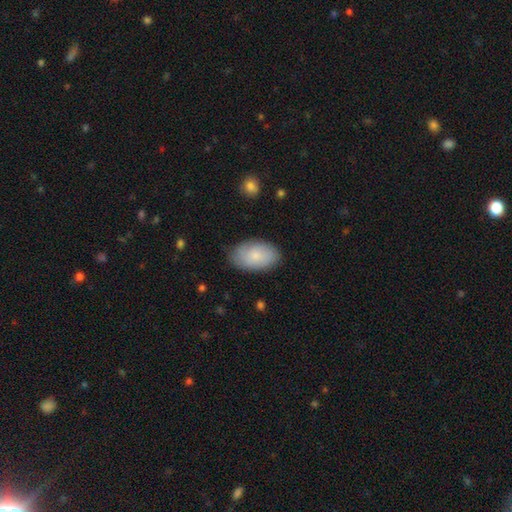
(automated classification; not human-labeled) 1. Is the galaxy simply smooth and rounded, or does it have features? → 80% smooth, 14% featured or disk, 6% star or artifact.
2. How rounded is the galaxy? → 94% in between, 5% round, 1% cigar-shaped.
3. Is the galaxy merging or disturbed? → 82% none, 14% minor disturbance, 3% major disturbance, 1% merger.